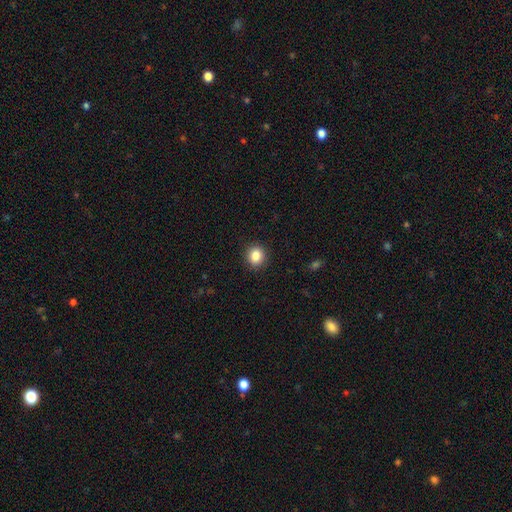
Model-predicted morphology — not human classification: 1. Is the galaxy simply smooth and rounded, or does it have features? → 85% smooth, 10% star or artifact, 5% featured or disk.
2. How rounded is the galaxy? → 79% round, 20% in between, 1% cigar-shaped.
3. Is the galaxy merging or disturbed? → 91% none, 6% minor disturbance, 2% major disturbance, 1% merger.